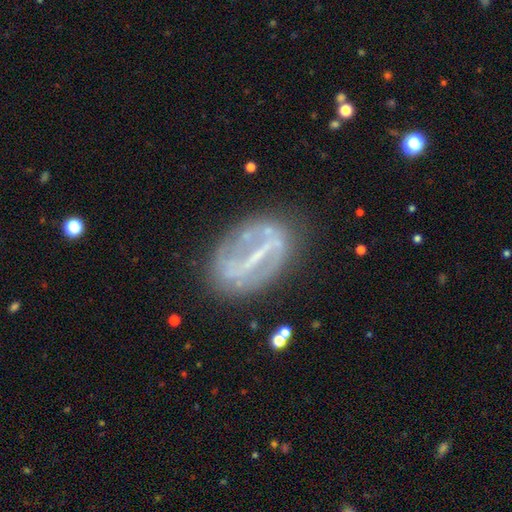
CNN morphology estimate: A featured or disk galaxy (75%) with a strong bar (73%), no spiral arms (54%) and a small central bulge (44%). Merging: none (72%).